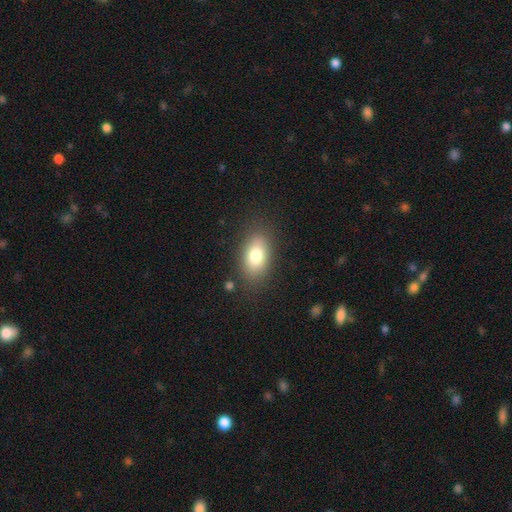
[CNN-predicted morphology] Smooth or featured: smooth — 79% (featured or disk — 13%)
How rounded: in between — 88% (round — 8%)
Merging: none — 82% (minor disturbance — 11%)